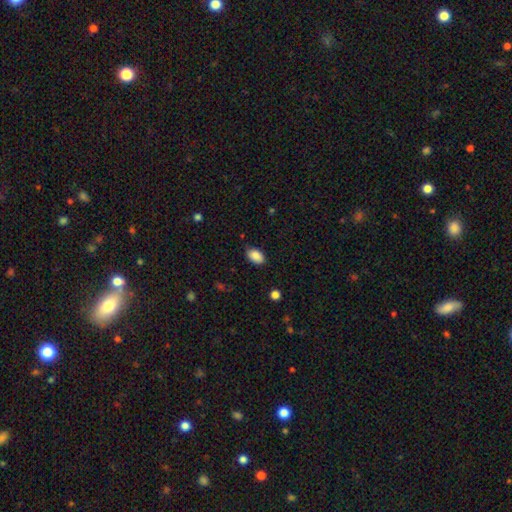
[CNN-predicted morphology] This is clearly a smooth galaxy (88%). How rounded: clearly in between (91%). Merging: clearly none (82%).